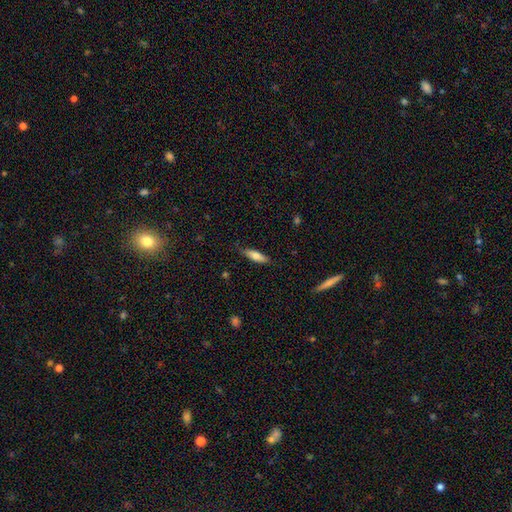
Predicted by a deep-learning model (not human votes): A smooth galaxy with no disk features (72%) that is cigar-shaped (59%).

Vote fractions:
- Smooth or featured? smooth: 72% / featured or disk: 22% / star or artifact: 6%
- How rounded? cigar-shaped: 59% / in between: 39% / round: 2%
- Merging? none: 80% / minor disturbance: 16% / major disturbance: 3% / merger: 1%